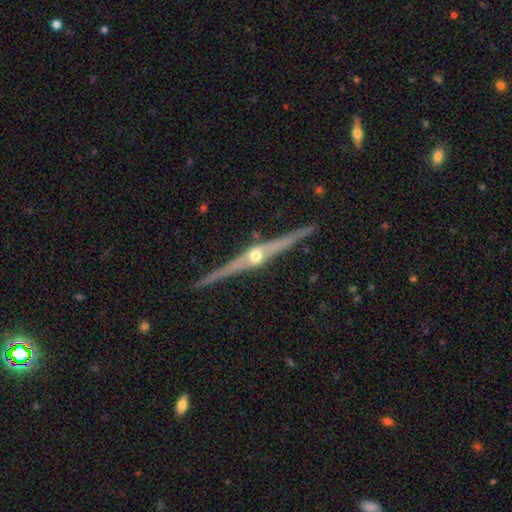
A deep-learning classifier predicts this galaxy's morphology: A featured or disk galaxy (88%) viewed edge-on (98%) with a rounded central bulge (95%). Merging: none (85%).